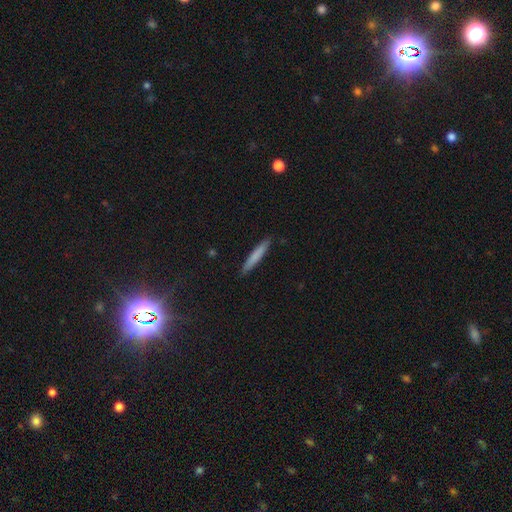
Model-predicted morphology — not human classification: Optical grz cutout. It shows a smooth galaxy with no disk features (76%) that is cigar-shaped (94%). Merging: none (90%).